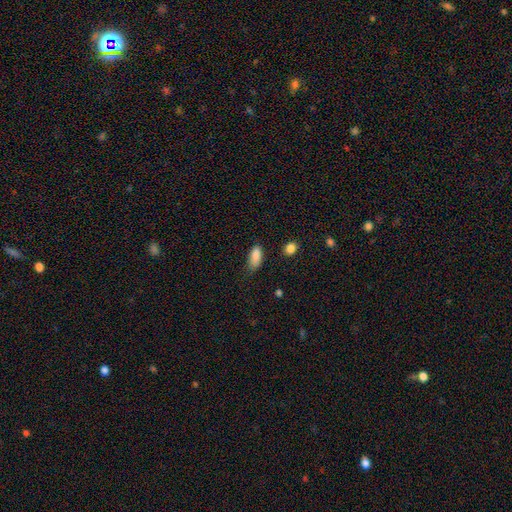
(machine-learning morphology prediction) Smooth or featured?
  - smooth: 87% *
  - star or artifact: 8%
  - featured or disk: 5%
How rounded?
  - in between: 85% *
  - cigar-shaped: 12%
  - round: 3%
Merging?
  - none: 61% *
  - minor disturbance: 30%
  - major disturbance: 7%
  - merger: 2%